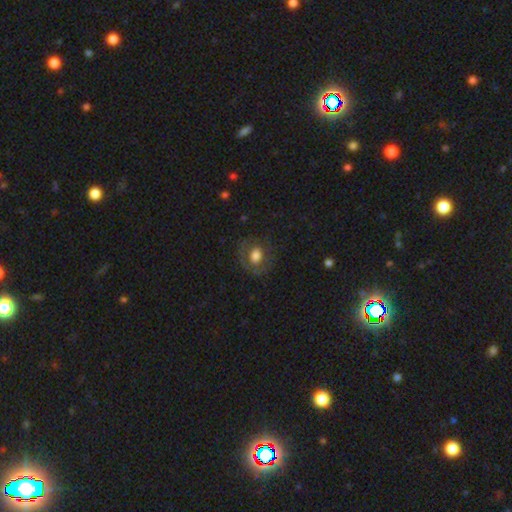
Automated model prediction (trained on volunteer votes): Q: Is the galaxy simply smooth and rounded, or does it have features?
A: smooth — 56%.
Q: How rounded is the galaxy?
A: round — 57%.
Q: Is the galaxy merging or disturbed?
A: none — 72%.